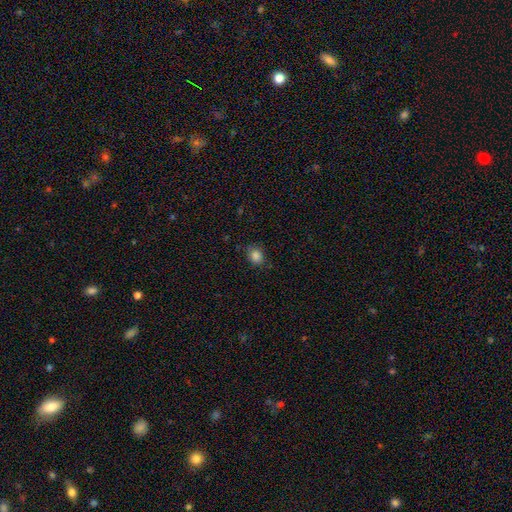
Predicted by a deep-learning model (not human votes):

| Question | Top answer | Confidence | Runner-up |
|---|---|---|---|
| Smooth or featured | smooth | 85% | star or artifact (11%) |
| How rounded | round | 51% | in between (48%) |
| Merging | none | 79% | minor disturbance (16%) |